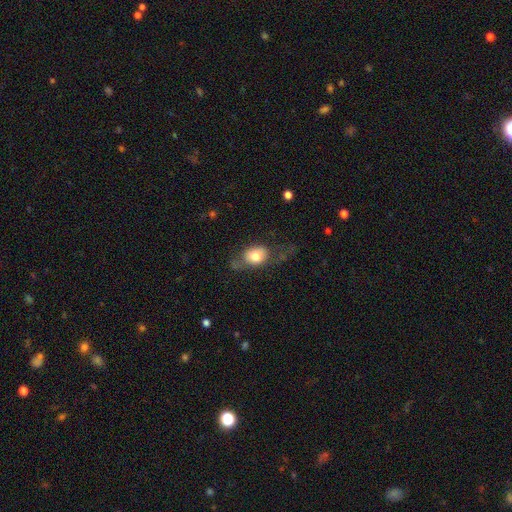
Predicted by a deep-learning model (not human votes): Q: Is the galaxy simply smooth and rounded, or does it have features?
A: smooth — 71%.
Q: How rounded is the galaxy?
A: in between — 59%.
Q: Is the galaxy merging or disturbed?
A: none — 47%.